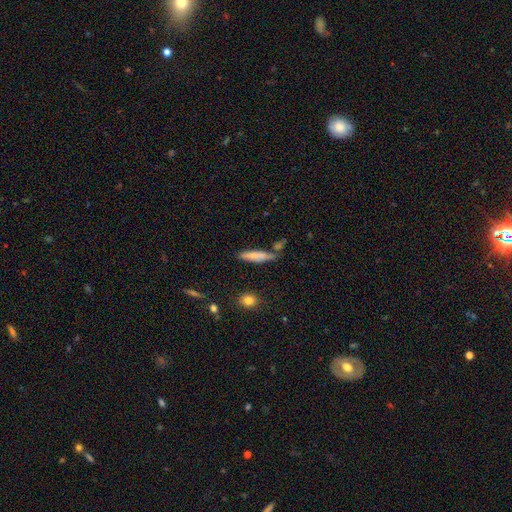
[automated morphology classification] This is likely a smooth galaxy (70%). How rounded: clearly cigar-shaped (81%). Merging: likely none (65%).